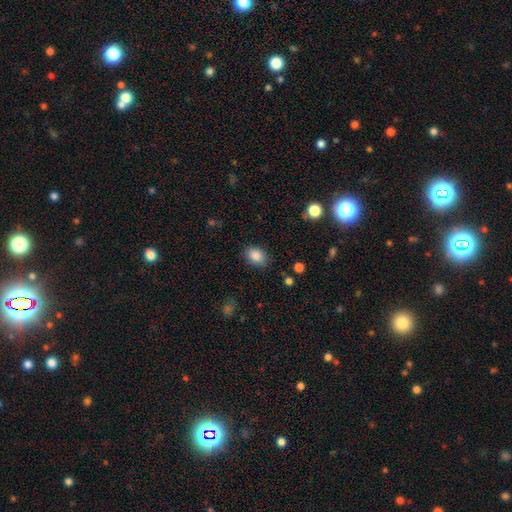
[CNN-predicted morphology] This is clearly a smooth galaxy (87%). How rounded: likely in between (72%). Merging: clearly none (83%).